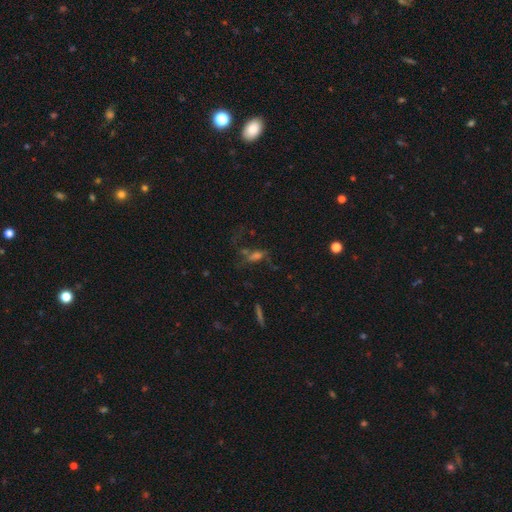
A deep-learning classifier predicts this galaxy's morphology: A smooth galaxy with no disk features (42%). Merging: major disturbance (38%).